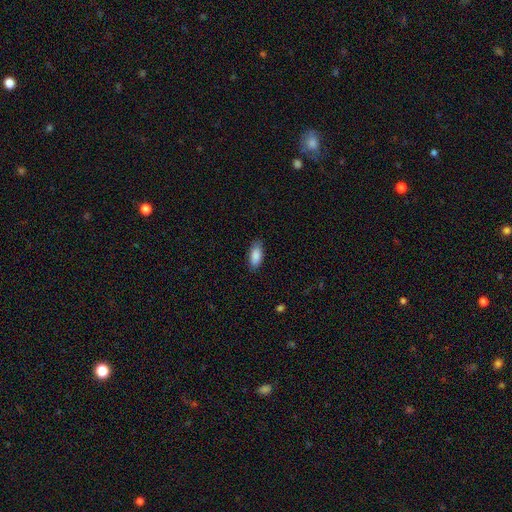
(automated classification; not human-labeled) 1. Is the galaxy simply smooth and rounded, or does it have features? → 88% smooth, 6% star or artifact, 5% featured or disk.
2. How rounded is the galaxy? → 86% in between, 12% cigar-shaped, 2% round.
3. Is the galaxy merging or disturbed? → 85% none, 11% minor disturbance, 2% major disturbance, 1% merger.